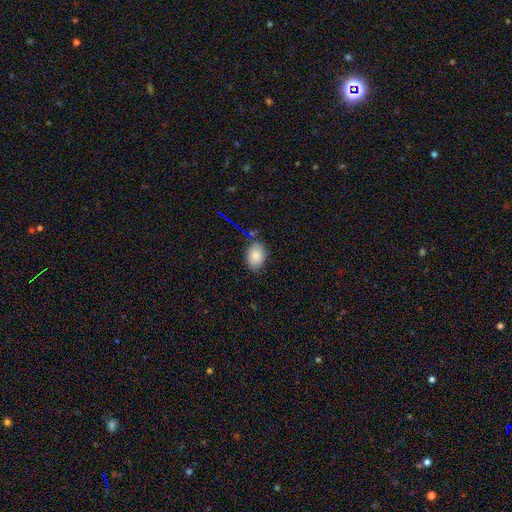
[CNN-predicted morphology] smooth 82%, star or artifact 9%, featured or disk 8%. Down the decision tree: how rounded — in between (81%); merging — none (79%).